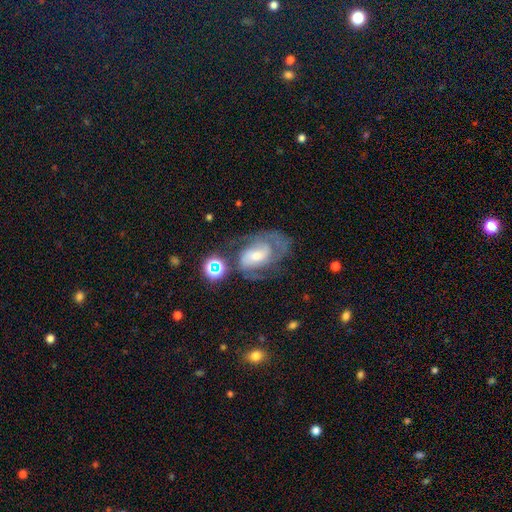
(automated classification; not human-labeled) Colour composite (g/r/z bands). It shows a featured or disk galaxy (77%) with no bar (43%, tied with weak), 2 (53%) medium (46%) spiral arms (90%) and a moderate central bulge (47%). Merging: none (50%).